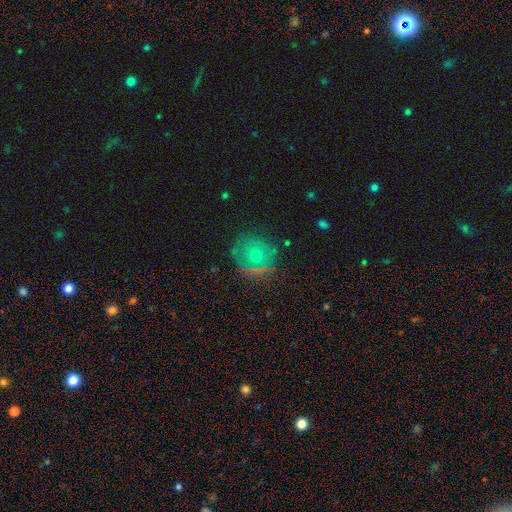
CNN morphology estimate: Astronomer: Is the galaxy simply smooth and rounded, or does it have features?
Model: smooth — 50% (runner-up: featured or disk, 34%).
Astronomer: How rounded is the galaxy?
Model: round — 88%.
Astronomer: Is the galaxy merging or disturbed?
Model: none — 74%.